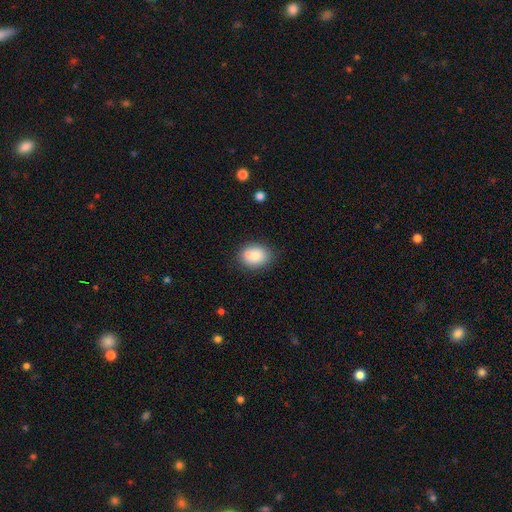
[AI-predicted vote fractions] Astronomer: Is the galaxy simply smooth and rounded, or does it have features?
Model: smooth — 80%.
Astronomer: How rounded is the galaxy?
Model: in between — 60% (runner-up: round, 39%).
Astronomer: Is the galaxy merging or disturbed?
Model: none — 63%.